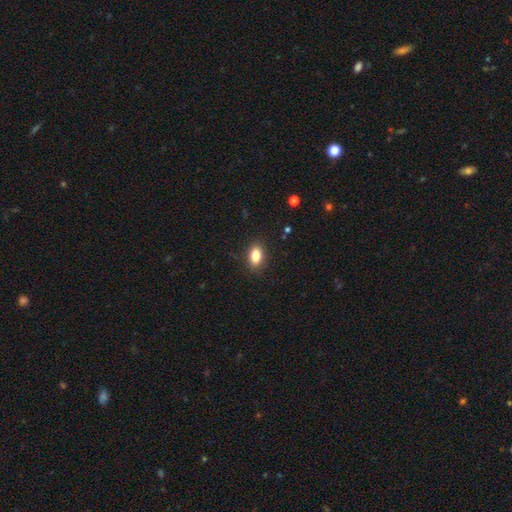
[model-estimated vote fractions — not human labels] The model was most divided on "smooth or featured": smooth: 84%, star or artifact: 9%, featured or disk: 7%. More confident: merging — none (87%); how rounded — in between (87%).